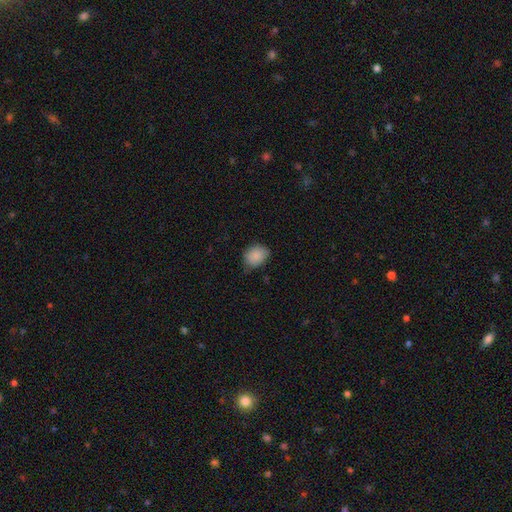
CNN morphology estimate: Smooth or featured: smooth — 87% (star or artifact — 8%)
How rounded: in between — 50% (round — 49%)
Merging: none — 64% (minor disturbance — 30%)